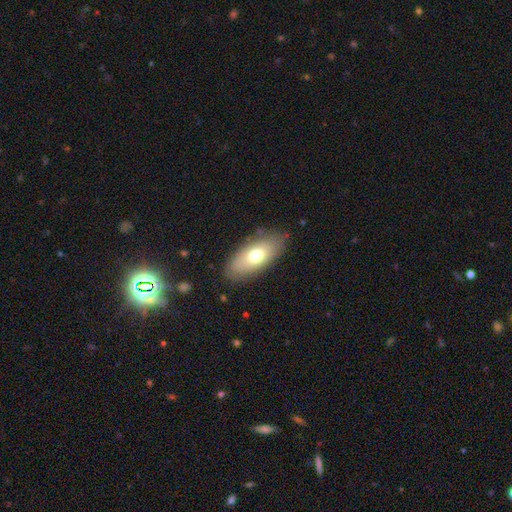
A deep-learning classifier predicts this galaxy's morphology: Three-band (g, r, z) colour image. It shows a smooth galaxy with no disk features (68%) that is in between round and cigar-shaped (86%). Merging: none (82%).